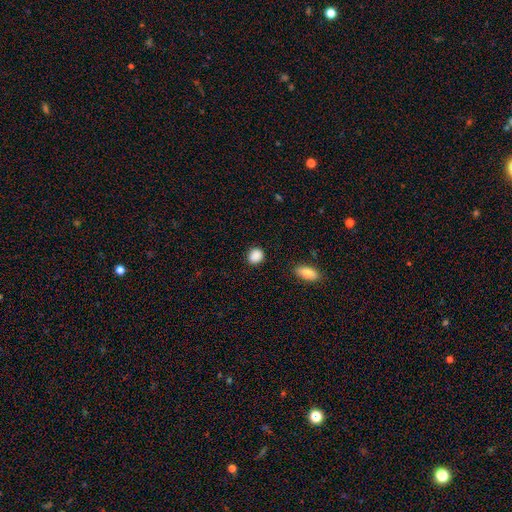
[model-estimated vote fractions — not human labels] Q: Smooth or featured?
A: smooth (89%); runner-up: star or artifact (8%)
Q: How rounded?
A: round (66%); runner-up: in between (33%)
Q: Merging?
A: none (87%); runner-up: minor disturbance (9%)